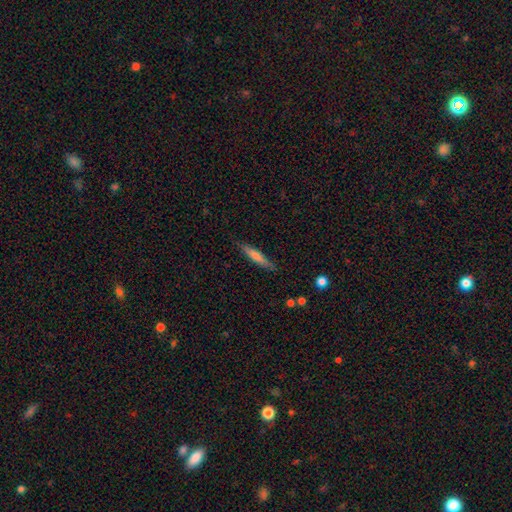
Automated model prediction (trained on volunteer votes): Smooth or featured: smooth — 48% (featured or disk — 45%)
Merging: none — 86% (minor disturbance — 10%)